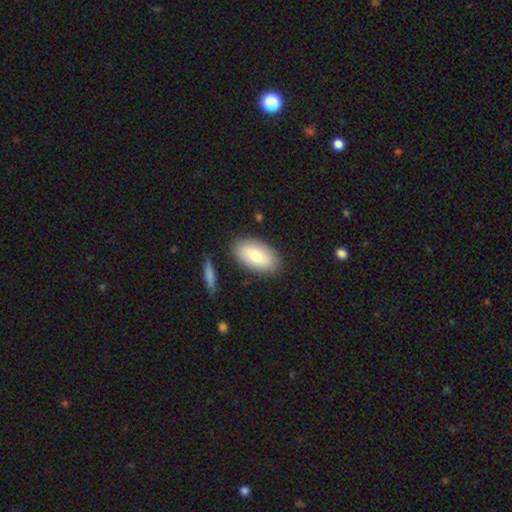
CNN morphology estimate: Smooth or featured?
  - smooth: 69% *
  - featured or disk: 25%
  - star or artifact: 6%
How rounded?
  - in between: 93% *
  - round: 4%
  - cigar-shaped: 3%
Merging?
  - none: 83% *
  - minor disturbance: 11%
  - merger: 3%
  - major disturbance: 3%